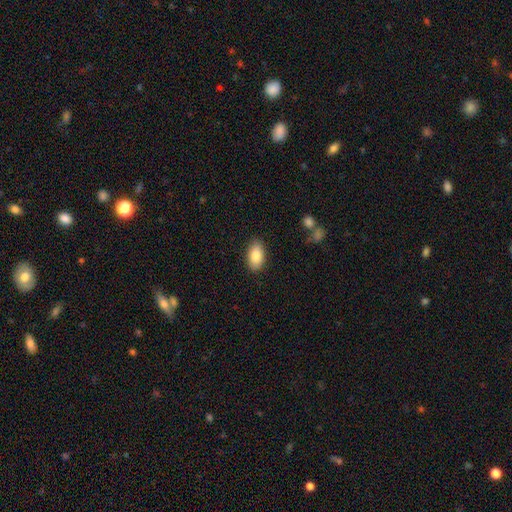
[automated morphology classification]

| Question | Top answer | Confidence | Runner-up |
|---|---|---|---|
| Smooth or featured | smooth | 85% | featured or disk (8%) |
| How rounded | in between | 93% | round (4%) |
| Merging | none | 87% | minor disturbance (9%) |